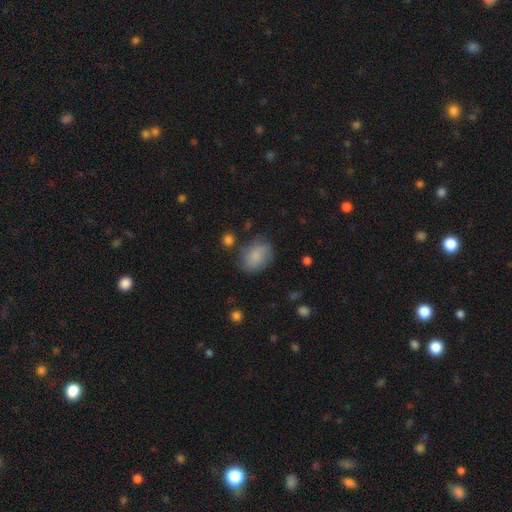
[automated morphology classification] Smooth or featured? smooth (77%)
How rounded? in between (68%)
Merging? none (65%)